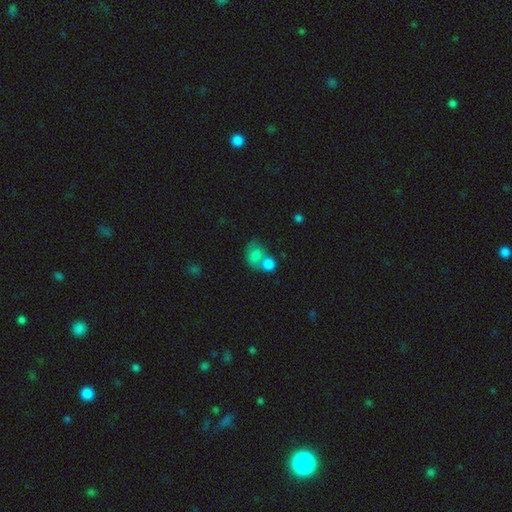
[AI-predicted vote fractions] This appears to be a smooth galaxy with no disk features (76%) that is in between round and cigar-shaped (55%). Merging: merger (50%).